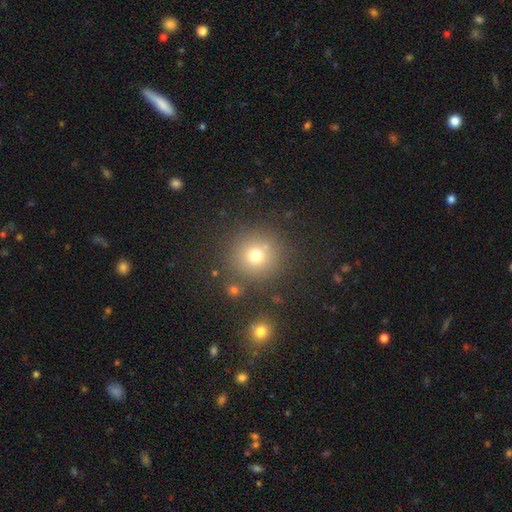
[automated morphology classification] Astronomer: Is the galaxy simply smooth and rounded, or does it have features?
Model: smooth — 71%.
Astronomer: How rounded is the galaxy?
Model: round — 93%.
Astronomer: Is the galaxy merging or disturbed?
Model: none — 81%.